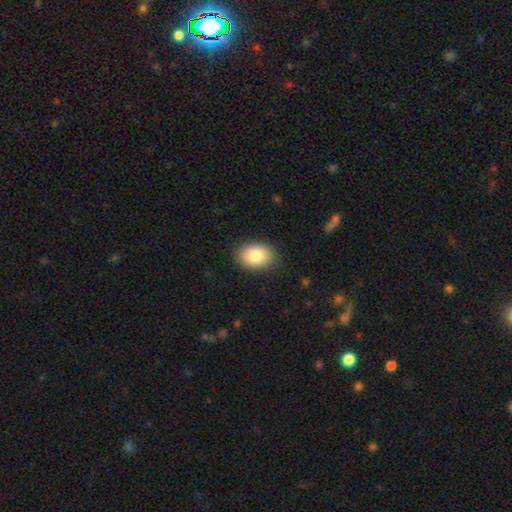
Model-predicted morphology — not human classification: A smooth galaxy with no disk features (85%) that is in between round and cigar-shaped (81%).

Vote fractions:
- Smooth or featured? smooth: 85% / featured or disk: 8% / star or artifact: 7%
- How rounded? in between: 81% / round: 18% / cigar-shaped: 1%
- Merging? none: 87% / minor disturbance: 9% / major disturbance: 2% / merger: 1%